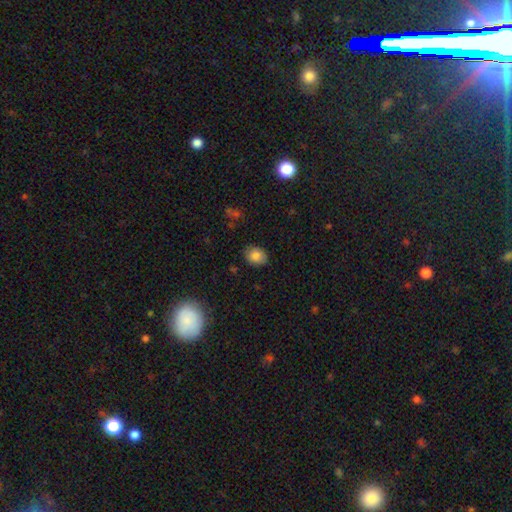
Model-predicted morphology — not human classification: Smooth or featured? smooth (84%)
How rounded? round (50%)
Merging? none (85%)